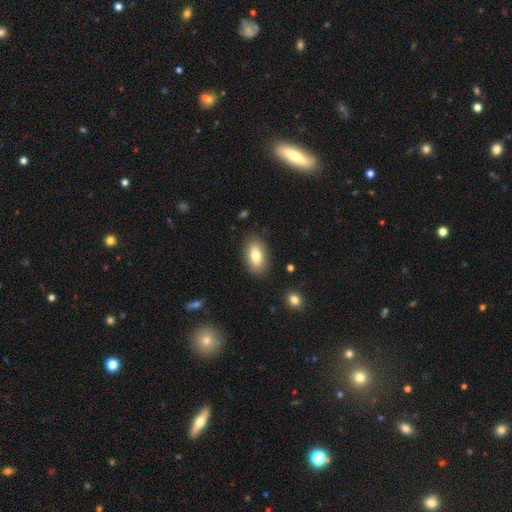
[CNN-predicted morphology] Smooth or featured?
  - smooth: 77% *
  - featured or disk: 15%
  - star or artifact: 7%
How rounded?
  - in between: 91% *
  - round: 6%
  - cigar-shaped: 4%
Merging?
  - none: 85% *
  - minor disturbance: 10%
  - major disturbance: 3%
  - merger: 1%